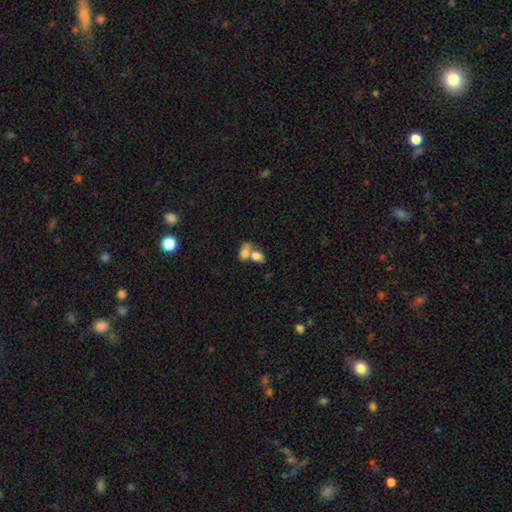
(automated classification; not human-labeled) Smooth or featured: smooth — 76% (featured or disk — 16%)
How rounded: in between — 76% (round — 22%)
Merging: merger — 71% (none — 19%)